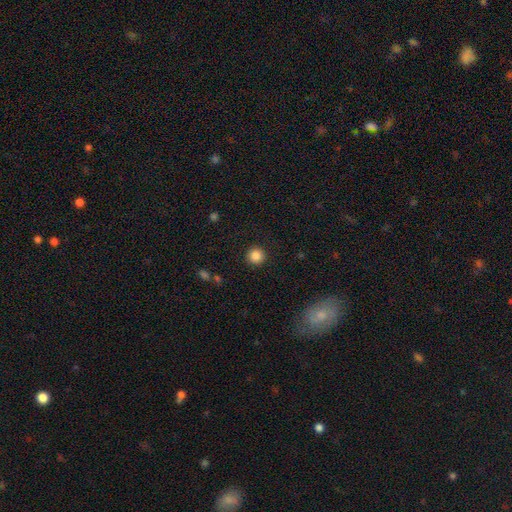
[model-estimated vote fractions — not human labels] Overall: smooth (86%). How rounded: round (95%). Merging: none (92%).